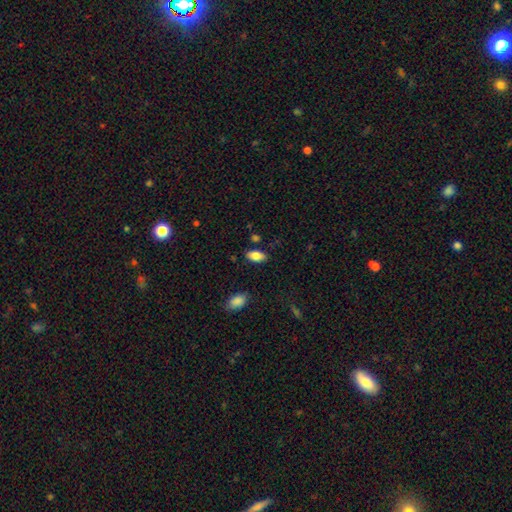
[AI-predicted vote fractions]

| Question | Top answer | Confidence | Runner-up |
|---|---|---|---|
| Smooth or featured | smooth | 84% | featured or disk (9%) |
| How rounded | in between | 93% | cigar-shaped (4%) |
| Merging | none | 84% | minor disturbance (11%) |